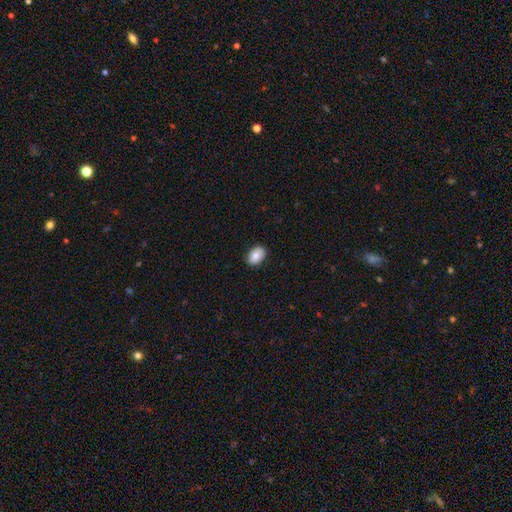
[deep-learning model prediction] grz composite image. It shows a smooth galaxy with no disk features (75%) that is in between round and cigar-shaped (73%). Merging: none (87%).